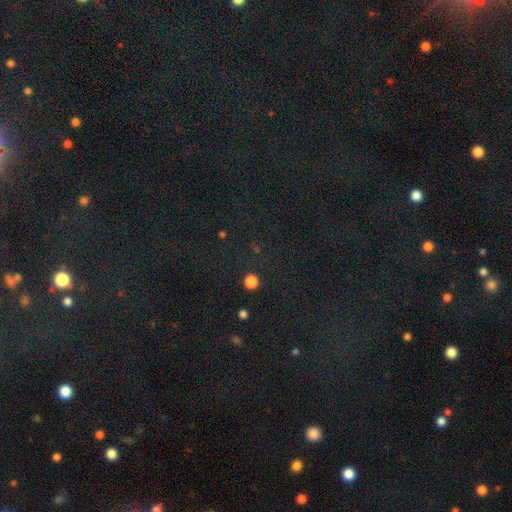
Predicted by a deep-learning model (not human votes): Morphology: type=star or artifact (78%).